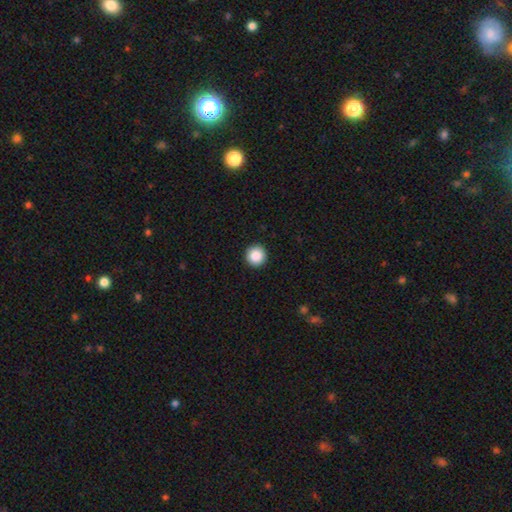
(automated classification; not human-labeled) This appears to be a smooth galaxy with no disk features (88%) that is round (96%). Merging: none (93%).